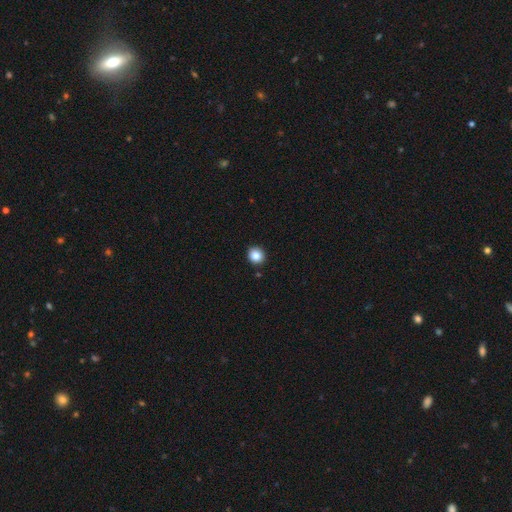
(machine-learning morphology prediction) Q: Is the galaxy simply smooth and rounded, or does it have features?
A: smooth — 84%.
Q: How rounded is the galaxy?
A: round — 84%.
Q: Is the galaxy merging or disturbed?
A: none — 92%.